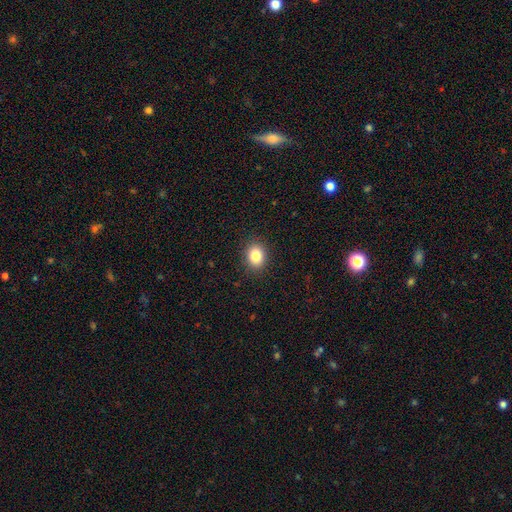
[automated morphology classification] This is clearly a smooth galaxy (84%). How rounded: possibly in between (53%). Merging: clearly none (89%).